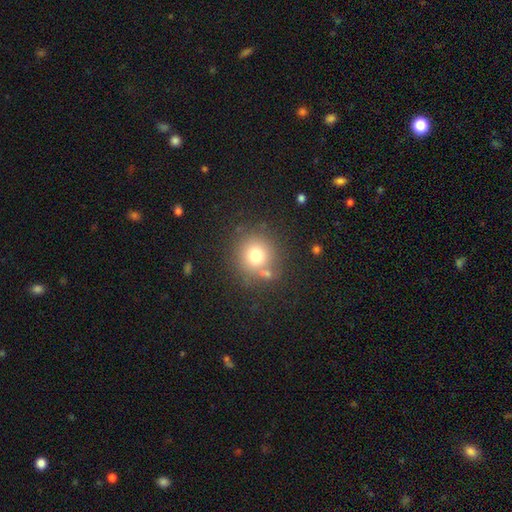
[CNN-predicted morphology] This appears to be a smooth galaxy with no disk features (74%) that is round (90%). Merging: none (74%).